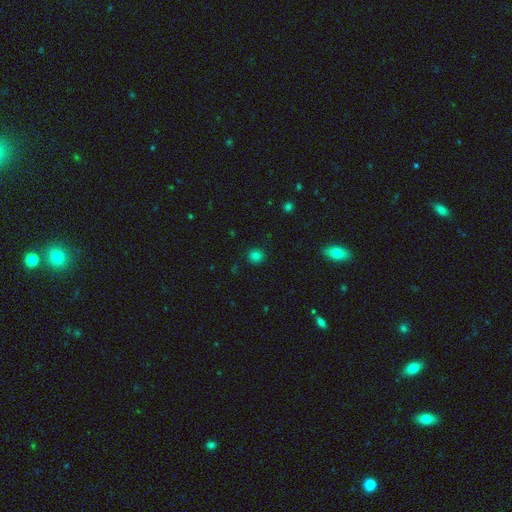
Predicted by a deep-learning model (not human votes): smooth-or-featured: smooth: 79% | star or artifact: 15% | featured or disk: 5%
  how-rounded: round: 91% | in between: 8% | cigar-shaped: 1%
  merging: none: 90% | minor disturbance: 7% | major disturbance: 2% | merger: 1%